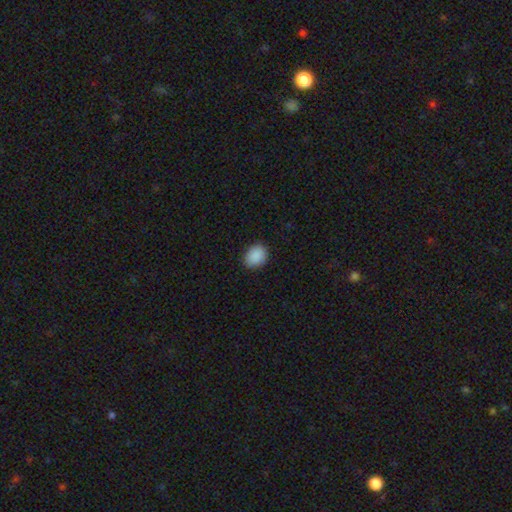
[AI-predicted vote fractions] This is clearly a smooth galaxy (90%). How rounded: possibly in between (53%). Merging: clearly none (88%).